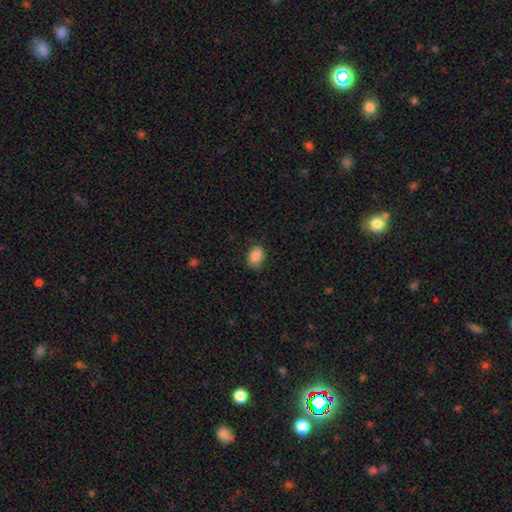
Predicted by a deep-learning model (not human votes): Morphology: type=smooth (86%); roundness=in between (74%); merging=none (77%).